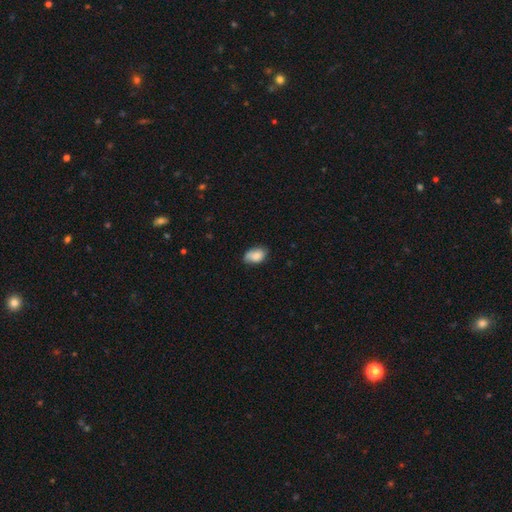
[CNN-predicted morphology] This is clearly a smooth galaxy (83%). How rounded: clearly in between (89%). Merging: likely none (66%).